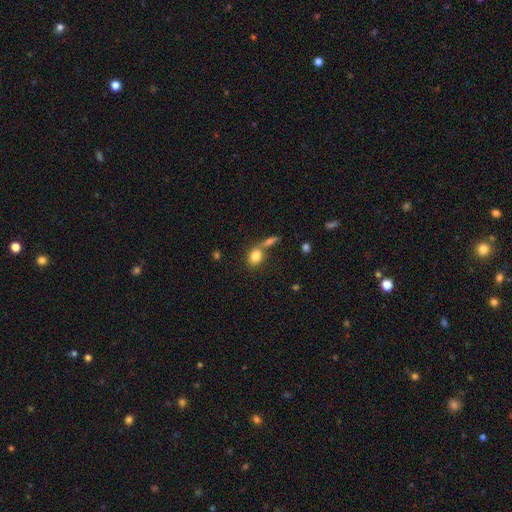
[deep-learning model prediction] smooth-or-featured: smooth: 82% | featured or disk: 9% | star or artifact: 9%
  how-rounded: in between: 57% | round: 40% | cigar-shaped: 3%
  merging: none: 48% | merger: 35% | minor disturbance: 11% | major disturbance: 6%